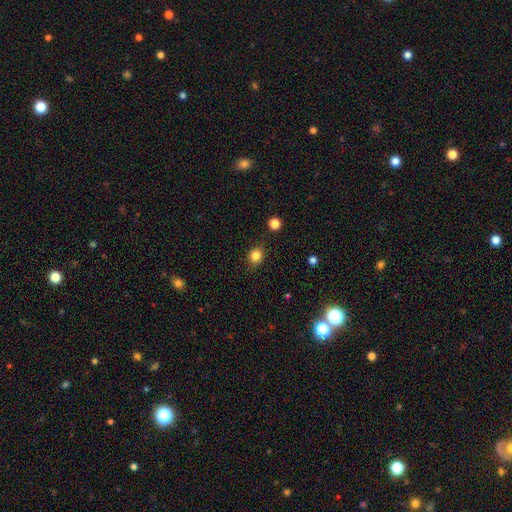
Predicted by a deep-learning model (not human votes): This is clearly a smooth galaxy (84%). How rounded: likely round (61%). Merging: clearly none (85%).